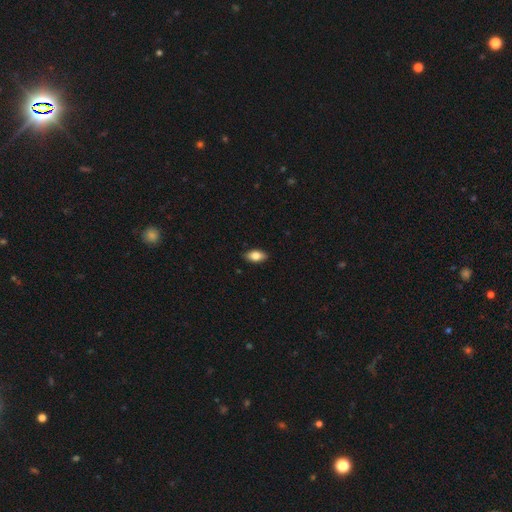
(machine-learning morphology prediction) A smooth galaxy with no disk features (81%) that is in between round and cigar-shaped (90%).

Vote fractions:
- Smooth or featured? smooth: 81% / featured or disk: 12% / star or artifact: 7%
- How rounded? in between: 90% / cigar-shaped: 5% / round: 5%
- Merging? none: 88% / minor disturbance: 9% / major disturbance: 2% / merger: 1%